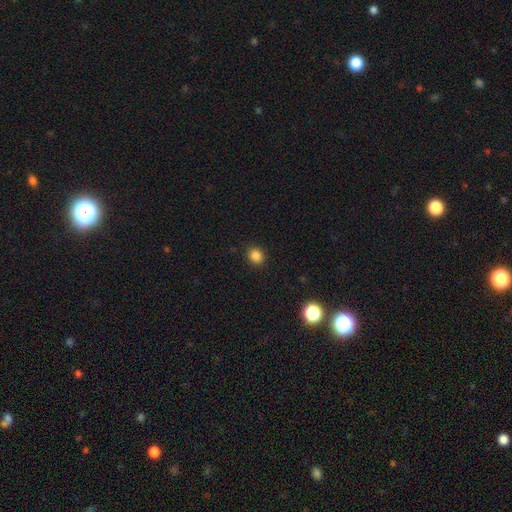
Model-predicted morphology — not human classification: This appears to be a smooth galaxy with no disk features (85%) that is round (77%). Merging: none (91%).